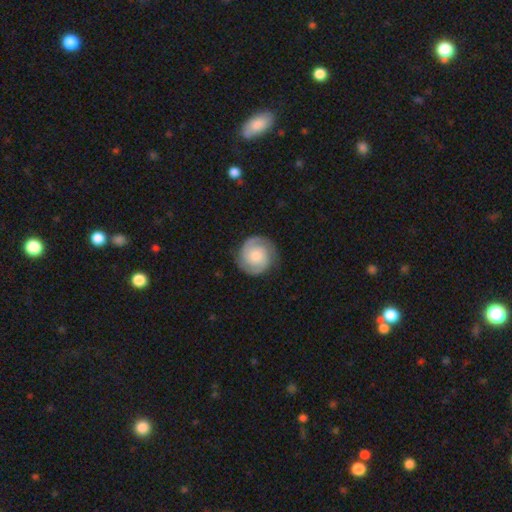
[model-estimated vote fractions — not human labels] A featured or disk galaxy (82%) with no bar (73%), 2 (90%) tight (66%) spiral arms (97%) and a moderate central bulge (48%).

Vote fractions:
- Smooth or featured? featured or disk: 82% / smooth: 13% / star or artifact: 5%
- Edge-on disk? no: 98% / yes: 2%
- Bar? no: 73% / weak: 22% / strong: 4%
- Spiral arms? yes: 97% / no: 3%
- Spiral winding? tight: 66% / medium: 29% / loose: 5%
- Spiral arm count? 2: 90% / can't tell: 4% / 3: 3% / 1: 1% / 4: 1% / more than 4: 1%
- Bulge size? moderate: 48% / small: 42% / large: 5% / none: 4% / dominant: 1%
- Merging? none: 86% / minor disturbance: 10% / major disturbance: 3% / merger: 1%